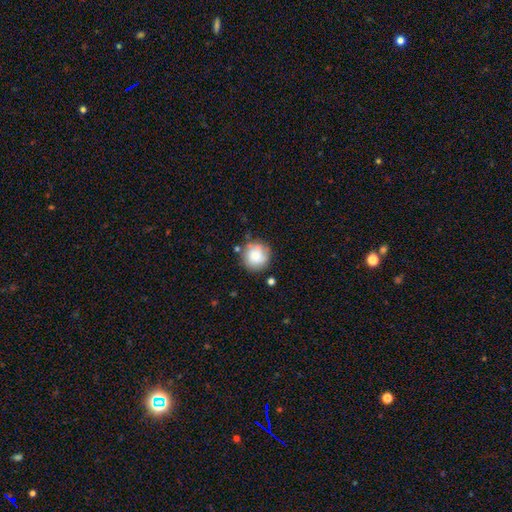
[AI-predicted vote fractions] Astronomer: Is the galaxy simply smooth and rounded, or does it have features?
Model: smooth — 77%.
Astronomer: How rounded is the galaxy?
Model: round — 93%.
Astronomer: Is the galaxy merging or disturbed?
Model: none — 75%.